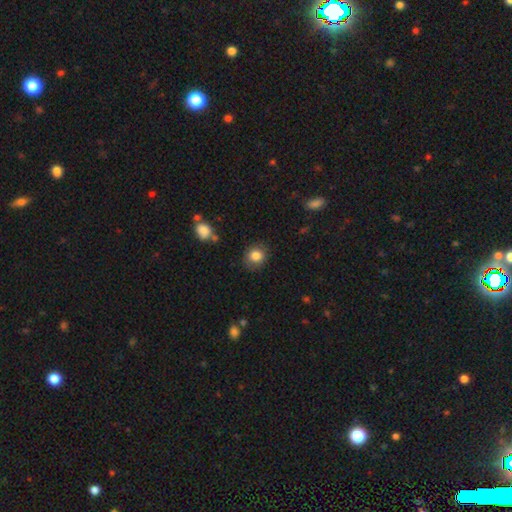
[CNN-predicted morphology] The model was most divided on "how rounded": round: 73%, in between: 26%, cigar-shaped: 1%. More confident: smooth or featured — smooth (84%); merging — none (81%).